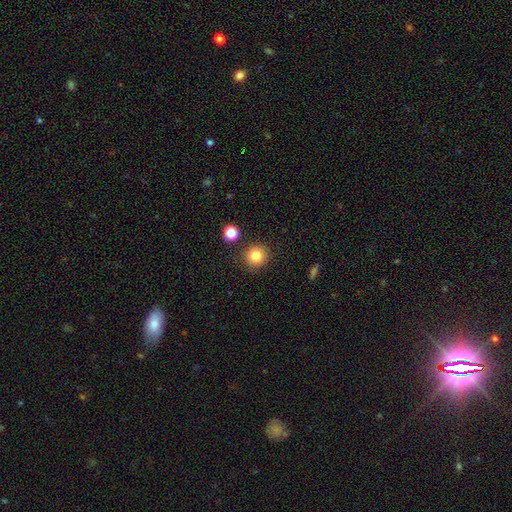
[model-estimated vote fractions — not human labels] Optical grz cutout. It shows a smooth galaxy with no disk features (85%) that is round (93%). Merging: none (87%).